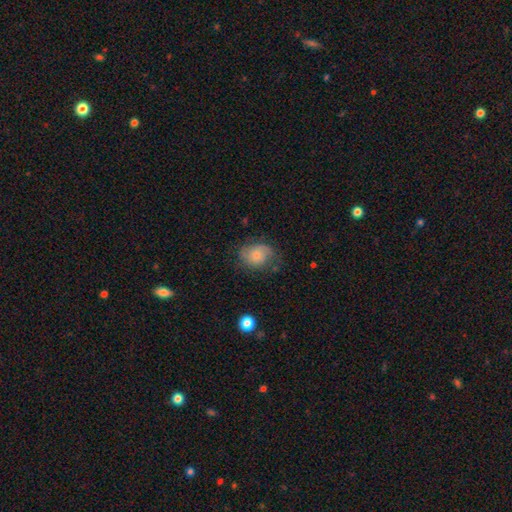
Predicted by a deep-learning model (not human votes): A smooth galaxy with no disk features (45%). Merging: none (63%).